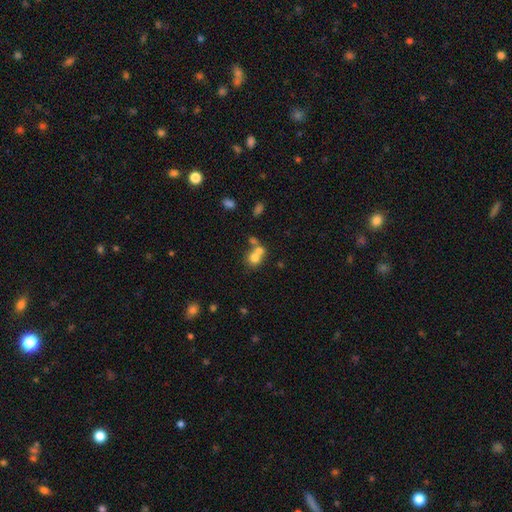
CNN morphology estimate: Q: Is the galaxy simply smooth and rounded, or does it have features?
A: smooth — 70%.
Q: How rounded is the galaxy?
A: round — 74%.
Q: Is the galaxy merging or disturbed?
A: merger — 59%.